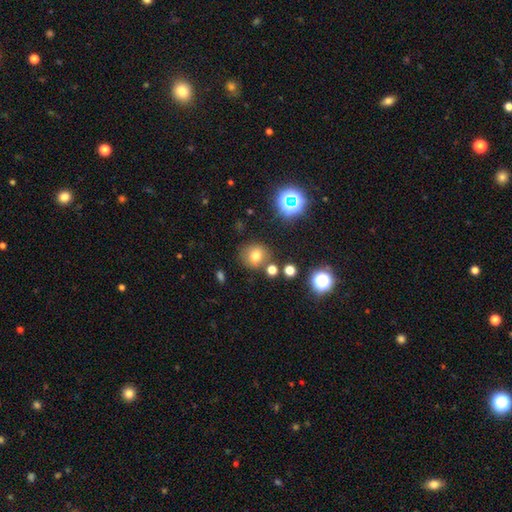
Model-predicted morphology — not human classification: Overall: smooth (71%). How rounded: round (85%). Merging: none (77%).